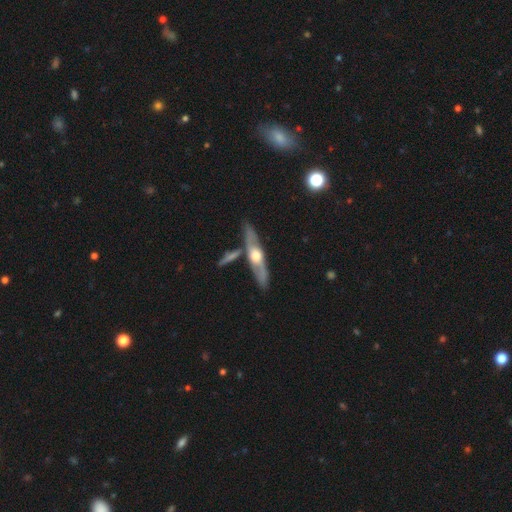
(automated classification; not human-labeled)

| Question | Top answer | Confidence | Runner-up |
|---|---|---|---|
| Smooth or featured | featured or disk | 71% | smooth (24%) |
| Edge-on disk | yes | 80% | no (20%) |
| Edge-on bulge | rounded | 93% | none (4%) |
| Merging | none | 72% | minor disturbance (12%) |